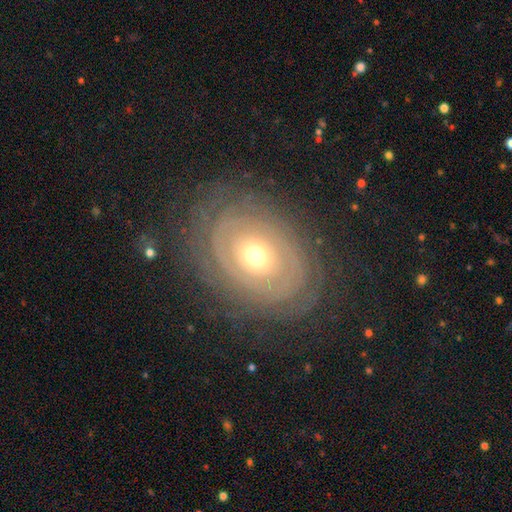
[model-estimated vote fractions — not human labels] featured or disk 77%, smooth 16%, star or artifact 7%. Down the decision tree: edge-on disk — no (95%); bar — no (84%); spiral arms — yes (77%); spiral arm count — can't tell (48%); spiral winding — tight (82%); bulge size — moderate (55%); merging — none (78%).